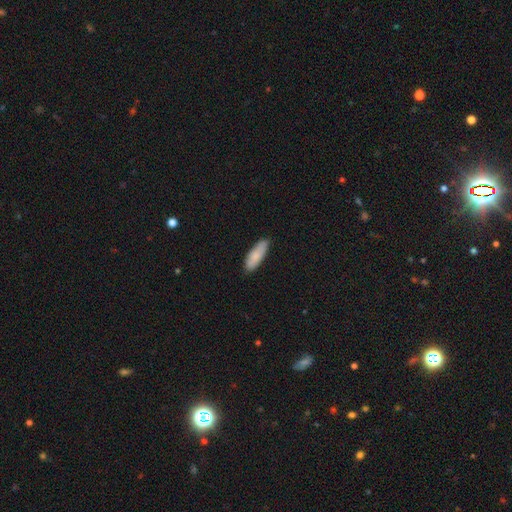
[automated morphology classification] Smooth or featured? Predicted: smooth (p=0.83). How rounded? Predicted: in between (p=0.59). Merging? Predicted: none (p=0.83).